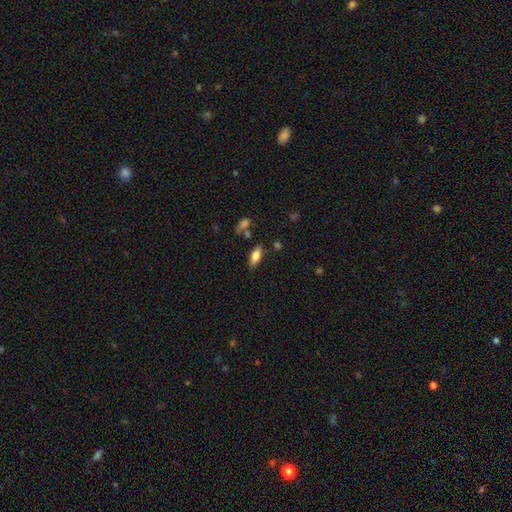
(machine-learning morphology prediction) This is likely a smooth galaxy (78%). How rounded: clearly in between (83%). Merging: likely none (75%).